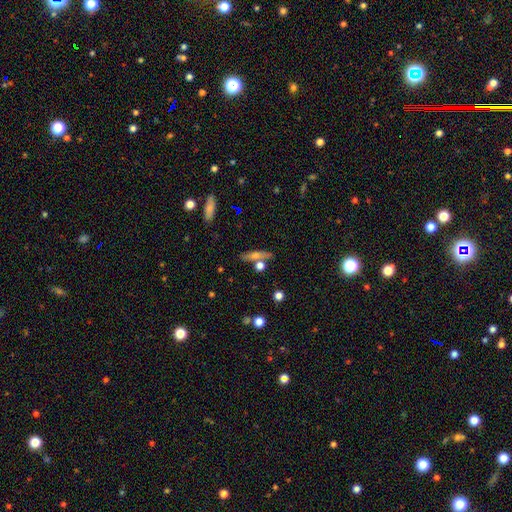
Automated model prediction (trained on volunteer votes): smooth-or-featured: smooth: 53% | featured or disk: 37% | star or artifact: 11%
  how-rounded: cigar-shaped: 66% | in between: 26% | round: 8%
  merging: none: 68% | merger: 15% | minor disturbance: 13% | major disturbance: 4%